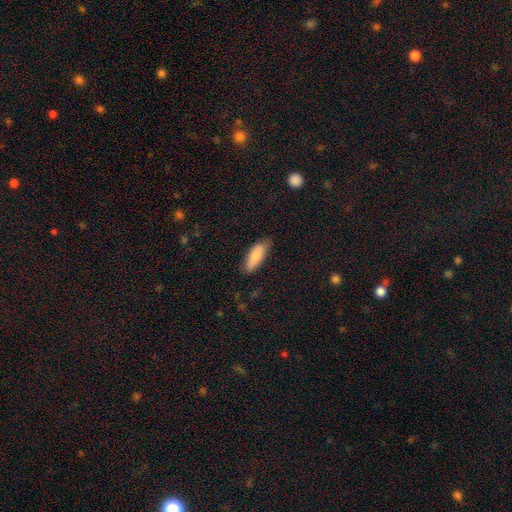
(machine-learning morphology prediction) A smooth galaxy with no disk features (85%) that is in between round and cigar-shaped (72%). Merging: none (77%).